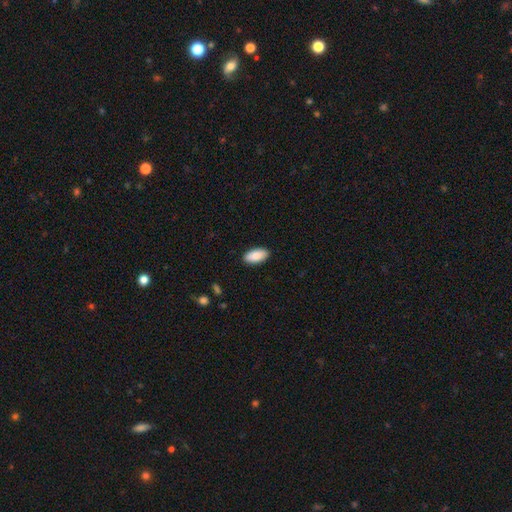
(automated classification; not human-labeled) The model was most divided on "merging": none: 90%, minor disturbance: 8%, major disturbance: 2%, merger: 1%. More confident: how rounded — in between (93%); smooth or featured — smooth (89%).